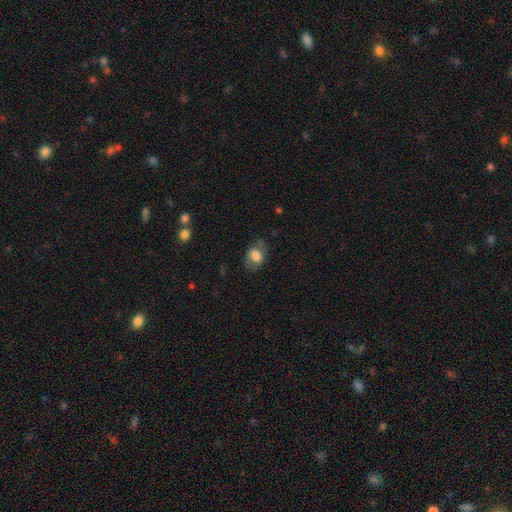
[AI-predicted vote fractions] Smooth or featured? Predicted: smooth (p=0.69). How rounded? Predicted: in between (p=0.77). Merging? Predicted: none (p=0.69).